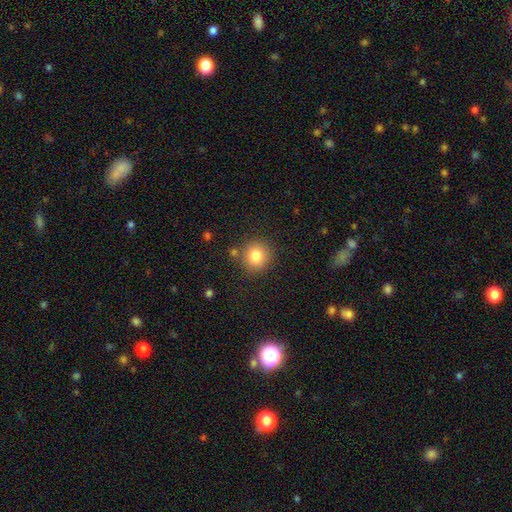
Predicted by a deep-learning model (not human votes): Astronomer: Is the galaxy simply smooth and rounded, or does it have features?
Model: smooth — 81%.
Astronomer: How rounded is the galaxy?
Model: round — 90%.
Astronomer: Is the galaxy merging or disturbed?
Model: none — 83%.